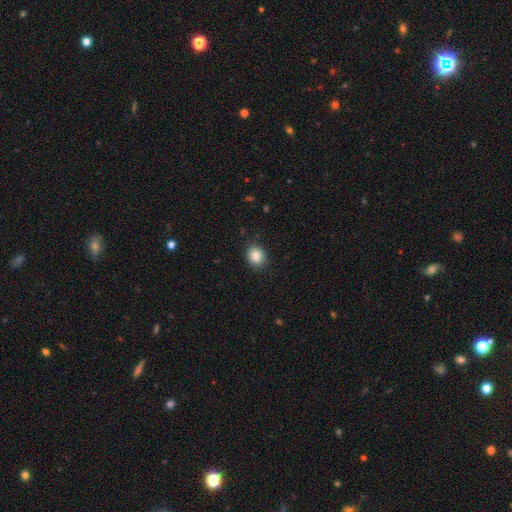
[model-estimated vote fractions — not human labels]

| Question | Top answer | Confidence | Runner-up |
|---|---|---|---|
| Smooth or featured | smooth | 86% | star or artifact (9%) |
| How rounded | round | 68% | in between (31%) |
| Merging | none | 89% | minor disturbance (8%) |